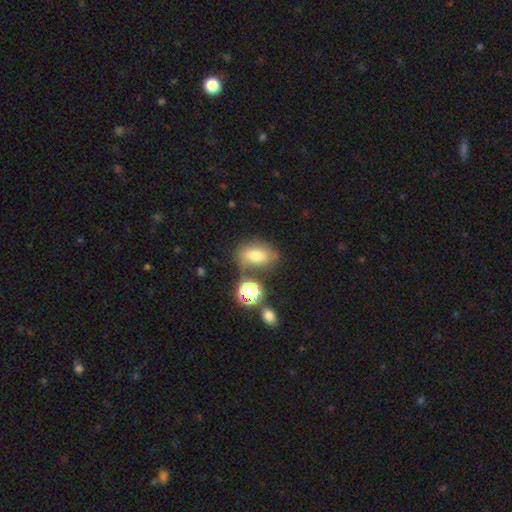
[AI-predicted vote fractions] Smooth or featured: smooth — 67% (featured or disk — 17%)
How rounded: in between — 79% (round — 18%)
Merging: none — 64% (minor disturbance — 18%)